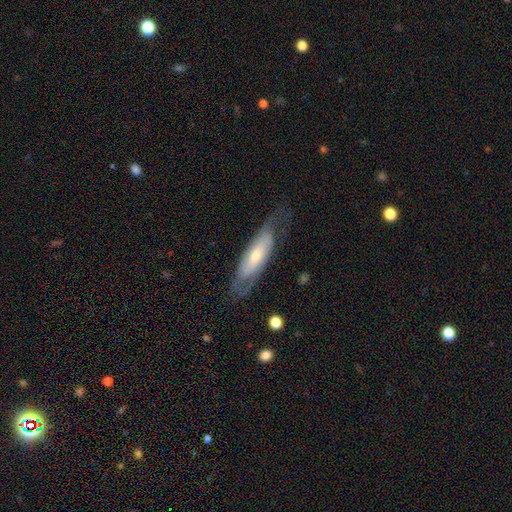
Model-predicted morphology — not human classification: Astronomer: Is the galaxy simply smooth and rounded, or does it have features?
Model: featured or disk — 59% (runner-up: smooth, 35%).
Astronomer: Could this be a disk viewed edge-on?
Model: no — 72%.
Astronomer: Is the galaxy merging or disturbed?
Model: none — 63%.